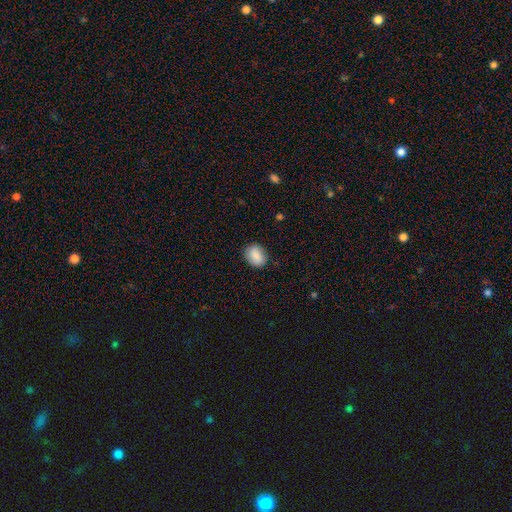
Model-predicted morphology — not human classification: Smooth or featured?
  - smooth: 87% *
  - star or artifact: 7%
  - featured or disk: 6%
How rounded?
  - in between: 63% *
  - round: 36%
  - cigar-shaped: 1%
Merging?
  - none: 83% *
  - minor disturbance: 13%
  - major disturbance: 3%
  - merger: 1%